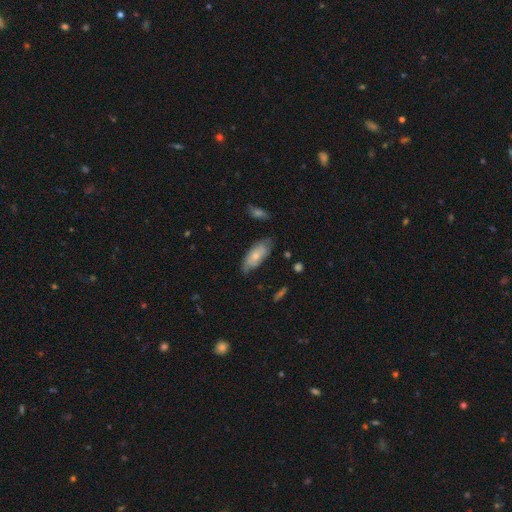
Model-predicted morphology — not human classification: smooth_or_featured: smooth (p=0.57) [alt: featured or disk p=0.36]
how_rounded: in between (p=0.84) [alt: cigar-shaped p=0.13]
merging: none (p=0.63) [alt: minor disturbance p=0.28]